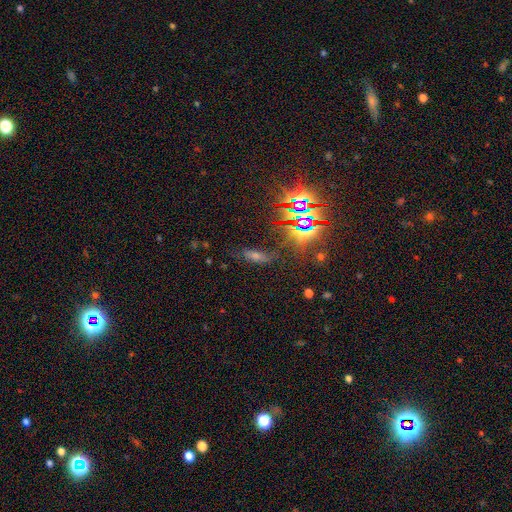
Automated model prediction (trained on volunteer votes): This appears to be a star or artifact, not a galaxy (53%).